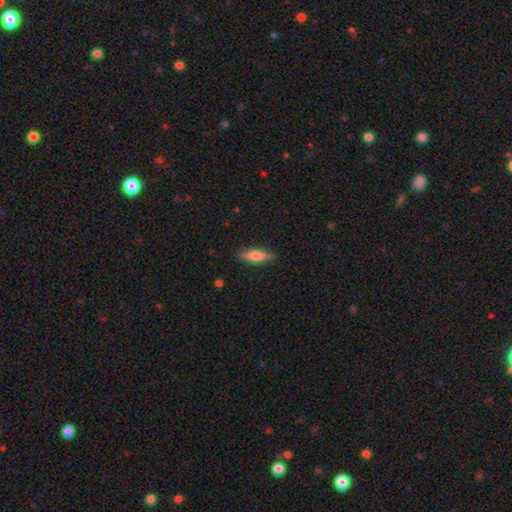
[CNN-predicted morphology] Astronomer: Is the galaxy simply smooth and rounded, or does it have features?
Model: smooth — 60%.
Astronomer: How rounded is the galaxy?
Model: cigar-shaped — 53% (runner-up: in between, 44%).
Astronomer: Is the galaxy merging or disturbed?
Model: none — 86%.